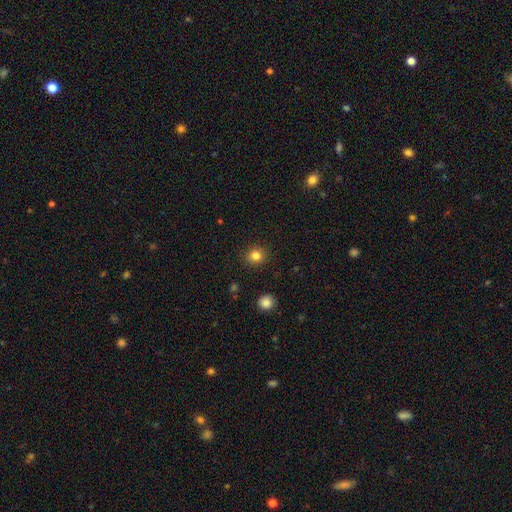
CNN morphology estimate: type=smooth (83%); roundness=round (84%); merging=none (90%).